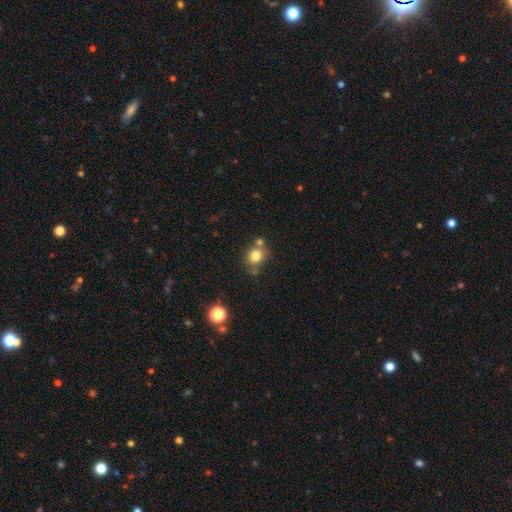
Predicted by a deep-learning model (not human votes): Morphology: type=smooth (80%); roundness=round (76%); merging=none (61%).